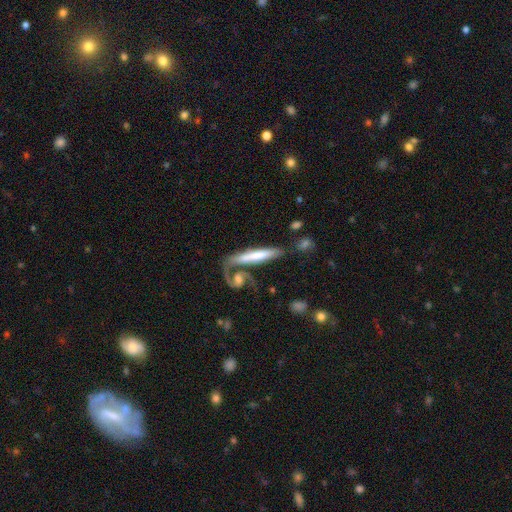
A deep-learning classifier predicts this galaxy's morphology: Smooth or featured: smooth — 50% (featured or disk — 44%)
Merging: none — 44% (merger — 34%)